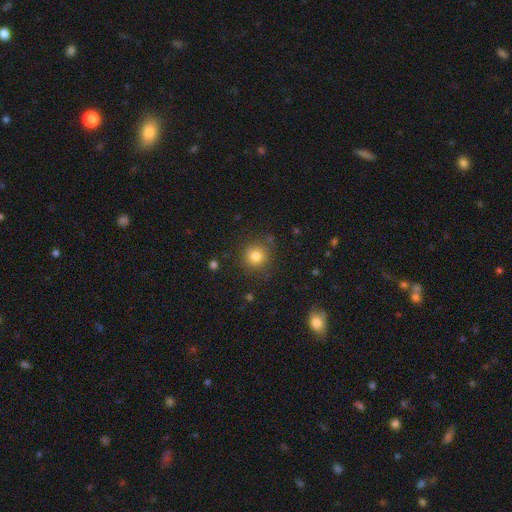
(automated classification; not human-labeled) smooth 80%, star or artifact 12%, featured or disk 7%. Down the decision tree: how rounded — round (92%); merging — none (84%).